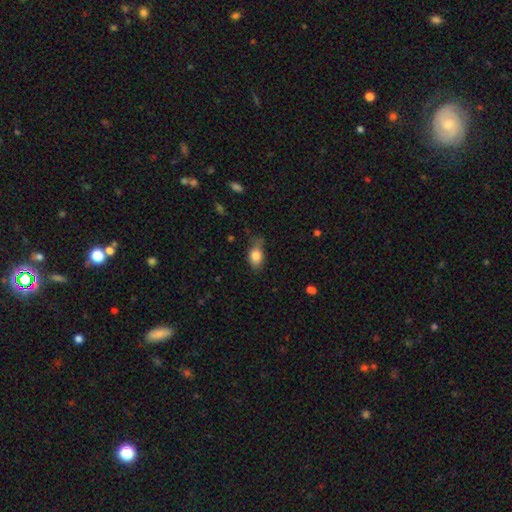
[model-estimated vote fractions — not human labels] Smooth or featured: smooth — 83% (featured or disk — 8%)
How rounded: in between — 81% (round — 16%)
Merging: none — 54% (minor disturbance — 34%)